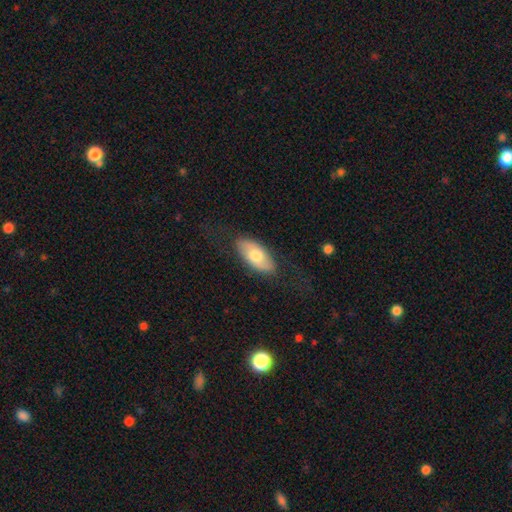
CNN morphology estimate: A smooth galaxy with no disk features (64%) that is in between round and cigar-shaped (91%).

Vote fractions:
- Smooth or featured? smooth: 64% / featured or disk: 30% / star or artifact: 6%
- How rounded? in between: 91% / cigar-shaped: 7% / round: 3%
- Merging? none: 79% / minor disturbance: 15% / major disturbance: 6% / merger: 1%